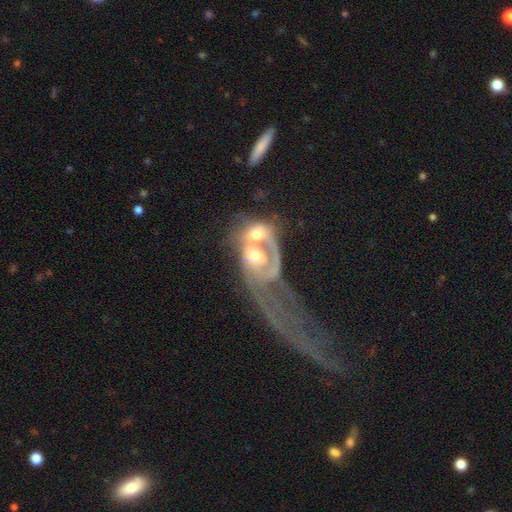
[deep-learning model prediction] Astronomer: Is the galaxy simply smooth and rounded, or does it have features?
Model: featured or disk — 73%.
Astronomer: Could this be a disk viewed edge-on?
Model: no — 95%.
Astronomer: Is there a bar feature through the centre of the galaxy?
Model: no — 65%.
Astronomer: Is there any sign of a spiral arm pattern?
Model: yes — 77%.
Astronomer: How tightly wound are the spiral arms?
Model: tight — 42% (runner-up: medium, 32%).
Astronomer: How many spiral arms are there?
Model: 2 — 36% (runner-up: can't tell, 29%).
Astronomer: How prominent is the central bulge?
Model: moderate — 62%.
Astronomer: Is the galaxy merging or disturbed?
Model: merger — 74%.